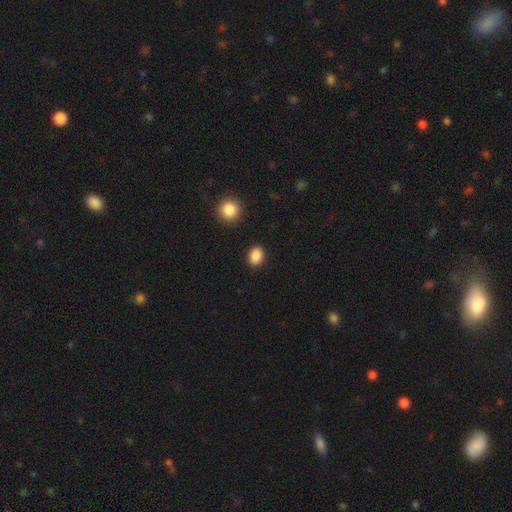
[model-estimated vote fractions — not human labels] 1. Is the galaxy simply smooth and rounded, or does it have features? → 88% smooth, 9% star or artifact, 3% featured or disk.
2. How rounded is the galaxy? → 58% in between, 40% round, 1% cigar-shaped.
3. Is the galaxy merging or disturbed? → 89% none, 7% minor disturbance, 2% major disturbance, 2% merger.